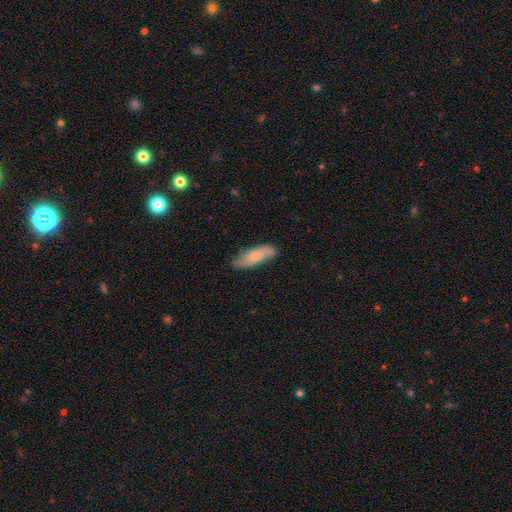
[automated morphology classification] This is likely a smooth galaxy (72%). How rounded: possibly in between (50%). Merging: likely none (78%).